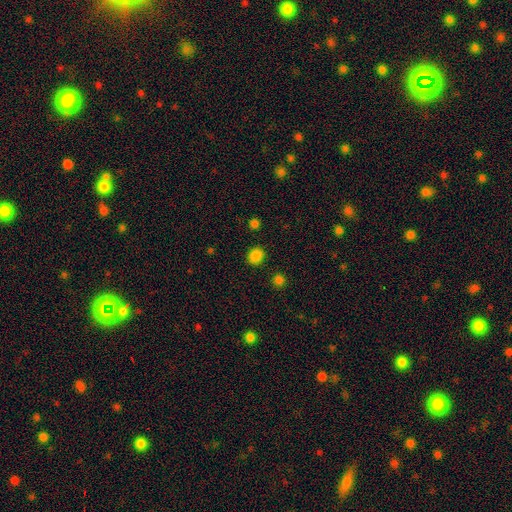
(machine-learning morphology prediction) Smooth or featured: smooth — 83% (star or artifact — 14%)
How rounded: round — 72% (in between — 27%)
Merging: none — 88% (minor disturbance — 8%)